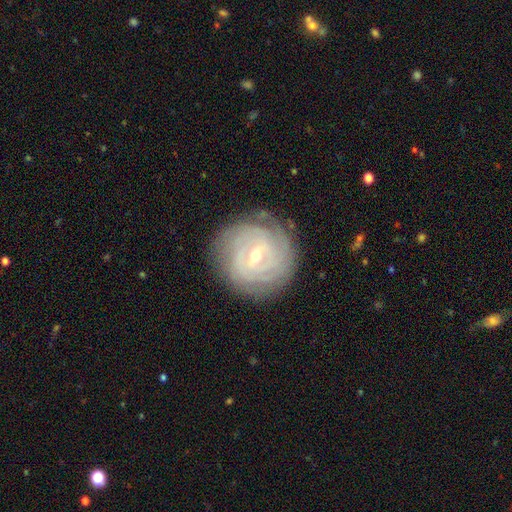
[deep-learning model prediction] A featured or disk galaxy (83%) with a weak bar (55%), tight (84%) spiral arms (94%) and a small central bulge (55%).

Vote fractions:
- Smooth or featured? featured or disk: 83% / smooth: 11% / star or artifact: 6%
- Edge-on disk? no: 97% / yes: 3%
- Bar? weak: 55% / no: 23% / strong: 22%
- Spiral arms? yes: 94% / no: 6%
- Spiral winding? tight: 84% / medium: 13% / loose: 3%
- Spiral arm count? can't tell: 41% / 4: 16% / 3: 16% / 2: 15% / more than 4: 7% / 1: 6%
- Bulge size? small: 55% / moderate: 42% / large: 1% / none: 1% / dominant: 1%
- Merging? none: 82% / minor disturbance: 12% / major disturbance: 4% / merger: 1%